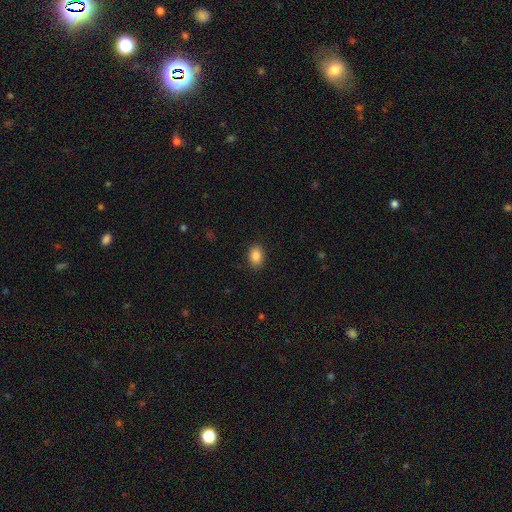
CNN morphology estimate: smooth-or-featured: smooth: 87% | star or artifact: 9% | featured or disk: 4%
  how-rounded: in between: 78% | round: 21% | cigar-shaped: 1%
  merging: none: 87% | minor disturbance: 9% | major disturbance: 3% | merger: 1%